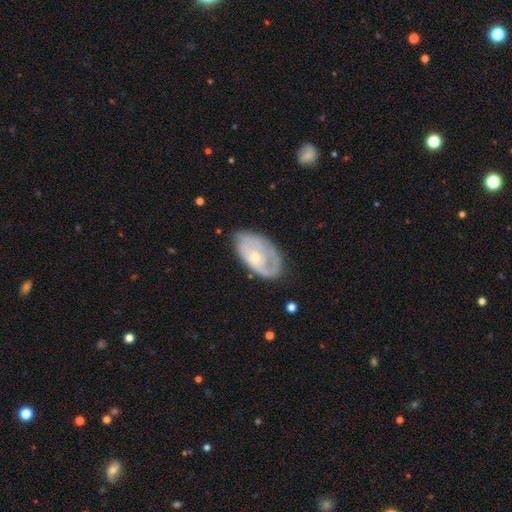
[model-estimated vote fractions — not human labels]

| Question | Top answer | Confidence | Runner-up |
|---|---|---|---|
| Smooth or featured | featured or disk | 60% | smooth (34%) |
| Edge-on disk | no | 93% | yes (7%) |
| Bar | no | 81% | weak (16%) |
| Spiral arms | yes | 60% | no (40%) |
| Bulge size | small | 61% | moderate (35%) |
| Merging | none | 60% | minor disturbance (27%) |